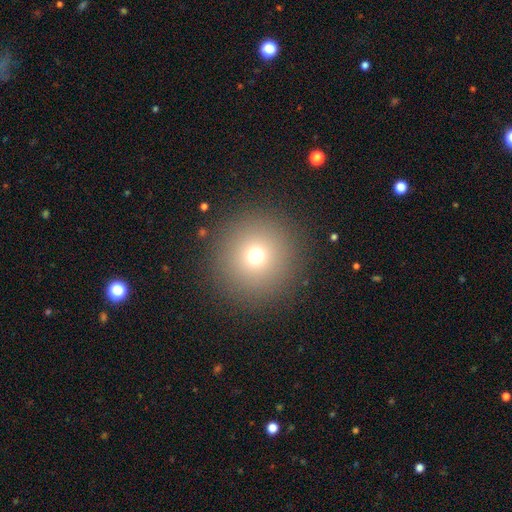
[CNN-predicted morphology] Overall: smooth (69%). How rounded: round (96%). Merging: none (90%).